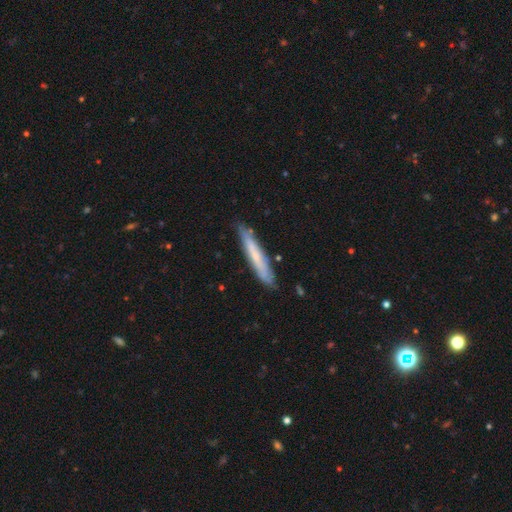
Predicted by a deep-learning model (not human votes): smooth 50%, featured or disk 44%, star or artifact 6%. Down the decision tree: merging — none (83%).